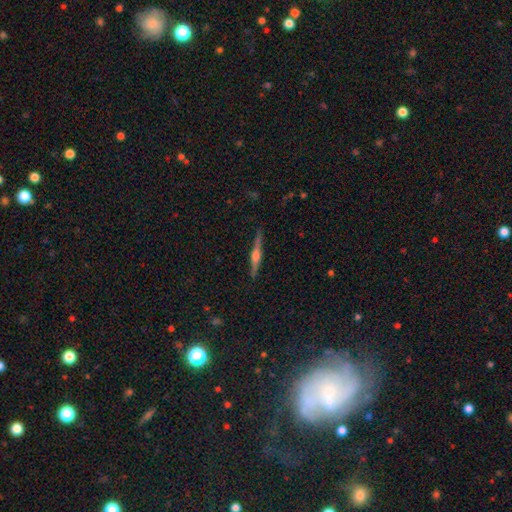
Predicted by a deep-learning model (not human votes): Smooth or featured? featured or disk (78%)
Edge-on disk? yes (98%)
Edge-on bulge? rounded (85%)
Merging? none (89%)